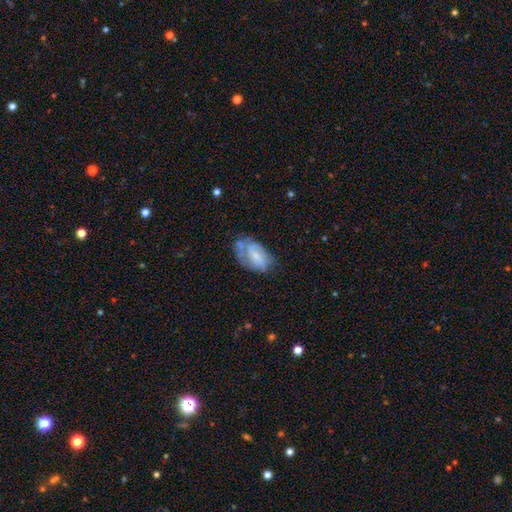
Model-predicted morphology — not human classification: featured or disk 61%, smooth 32%, star or artifact 7%. Down the decision tree: edge-on disk — no (96%); bar — weak (44%); spiral arms — yes (81%); bulge size — small (51%); merging — none (46%).